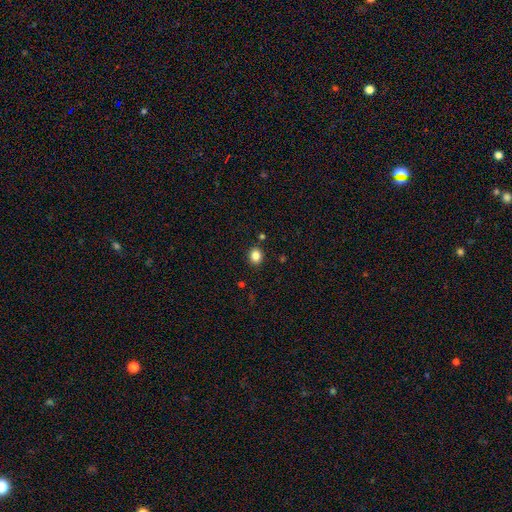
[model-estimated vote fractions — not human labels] A smooth galaxy with no disk features (84%) that is round (69%).

Vote fractions:
- Smooth or featured? smooth: 84% / star or artifact: 11% / featured or disk: 5%
- How rounded? round: 69% / in between: 30% / cigar-shaped: 1%
- Merging? none: 89% / minor disturbance: 7% / merger: 2% / major disturbance: 2%